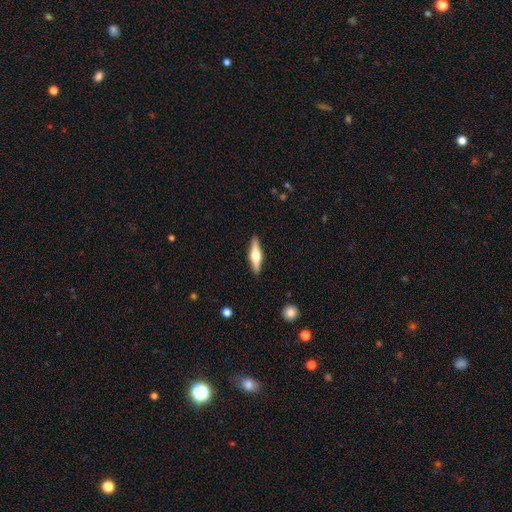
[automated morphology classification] A featured or disk galaxy (61%) viewed edge-on (96%) with a rounded central bulge (94%). Merging: none (90%).